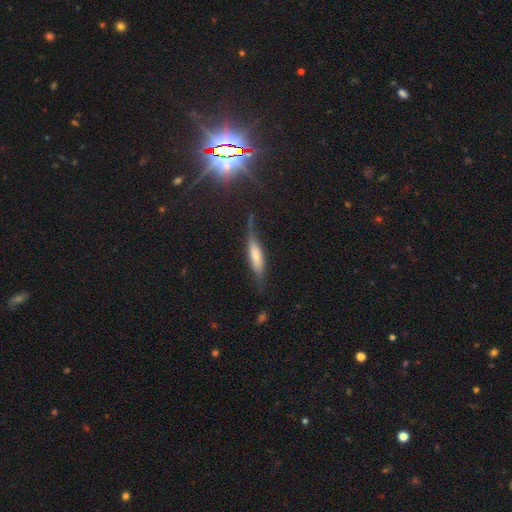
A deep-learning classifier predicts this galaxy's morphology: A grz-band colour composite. It shows a smooth galaxy with no disk features (63%) that is cigar-shaped (71%). Merging: none (61%).